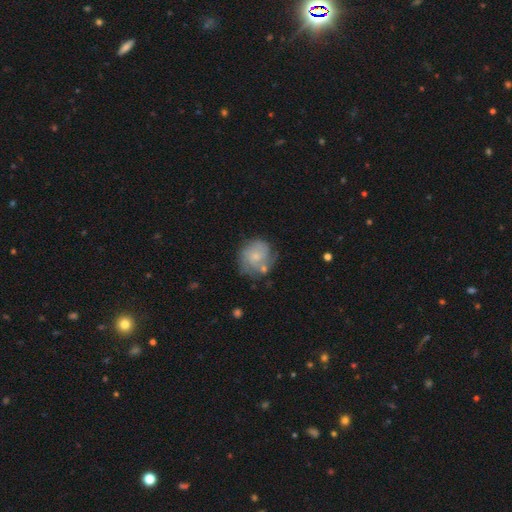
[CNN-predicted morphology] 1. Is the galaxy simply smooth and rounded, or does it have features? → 46% featured or disk (tied), 46% smooth (tied), 8% star or artifact.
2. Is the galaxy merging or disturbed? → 57% none, 24% minor disturbance, 11% major disturbance, 9% merger.